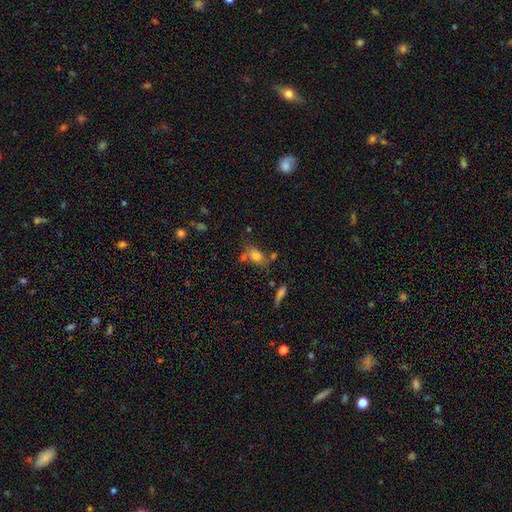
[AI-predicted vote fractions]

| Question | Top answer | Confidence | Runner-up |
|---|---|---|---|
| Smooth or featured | smooth | 76% | featured or disk (13%) |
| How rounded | in between | 76% | round (20%) |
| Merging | none | 57% | merger (19%) |